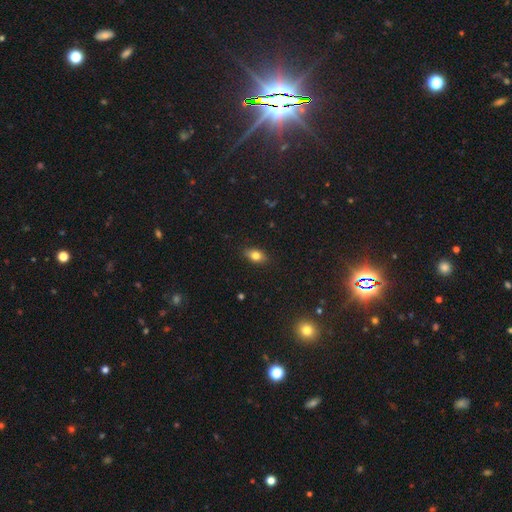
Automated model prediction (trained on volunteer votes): Smooth or featured: smooth — 77% (featured or disk — 14%)
How rounded: in between — 84% (round — 11%)
Merging: none — 87% (minor disturbance — 10%)